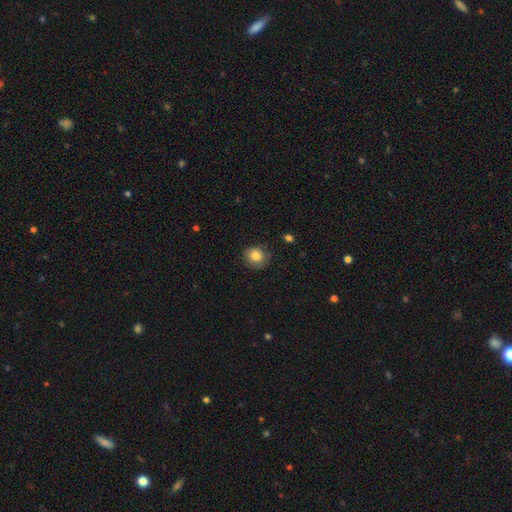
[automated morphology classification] Smooth or featured: smooth — 78% (featured or disk — 13%)
How rounded: round — 77% (in between — 22%)
Merging: none — 75% (minor disturbance — 19%)